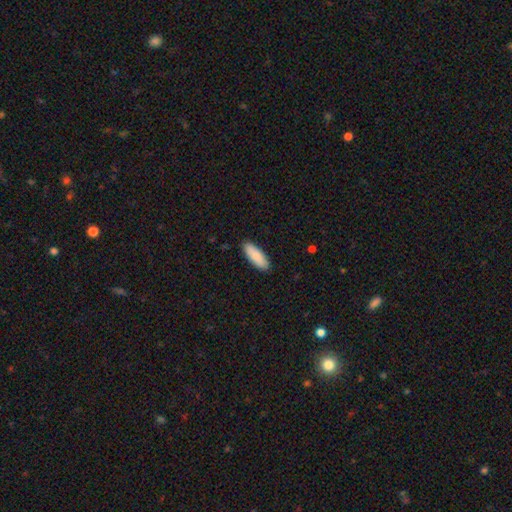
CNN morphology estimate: This is clearly a smooth galaxy (89%). How rounded: likely in between (64%). Merging: clearly none (89%).